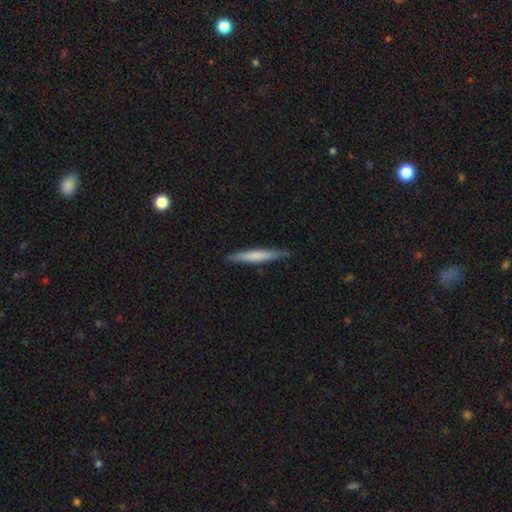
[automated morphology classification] This is likely a smooth galaxy (64%). How rounded: clearly cigar-shaped (95%). Merging: clearly none (86%).